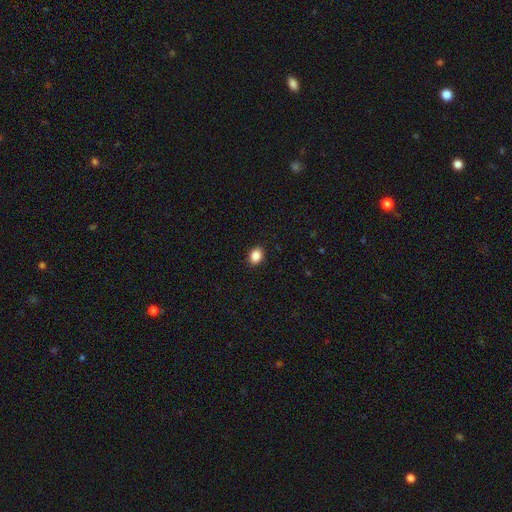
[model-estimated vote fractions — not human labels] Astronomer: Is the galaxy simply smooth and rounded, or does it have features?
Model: smooth — 88%.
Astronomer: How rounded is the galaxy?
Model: in between — 62%.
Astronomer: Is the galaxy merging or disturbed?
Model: none — 90%.